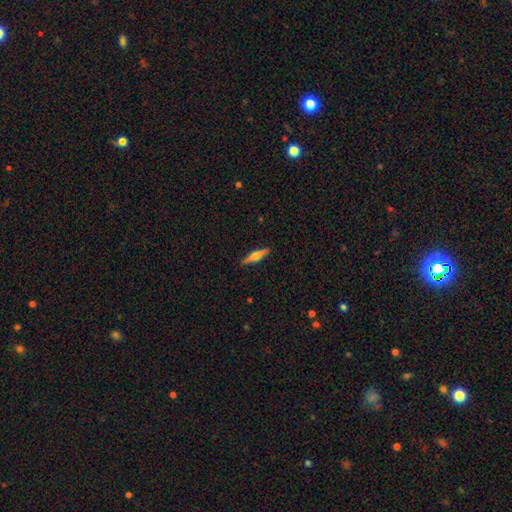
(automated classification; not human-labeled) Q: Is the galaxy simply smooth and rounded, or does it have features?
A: featured or disk — 61%.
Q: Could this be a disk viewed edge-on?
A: yes — 97%.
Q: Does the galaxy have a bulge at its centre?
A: rounded — 89%.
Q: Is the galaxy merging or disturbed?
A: none — 90%.